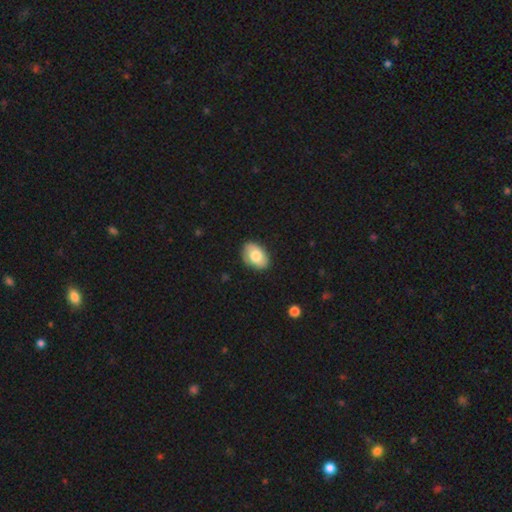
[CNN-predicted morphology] This is likely a smooth galaxy (73%). How rounded: clearly in between (88%). Merging: clearly none (81%).